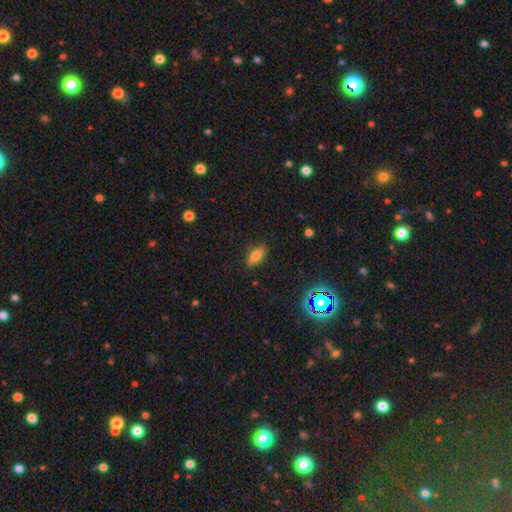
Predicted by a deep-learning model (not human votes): smooth-or-featured: smooth: 79% | star or artifact: 11% | featured or disk: 9%
  how-rounded: in between: 84% | cigar-shaped: 13% | round: 3%
  merging: none: 86% | minor disturbance: 11% | major disturbance: 3% | merger: 1%